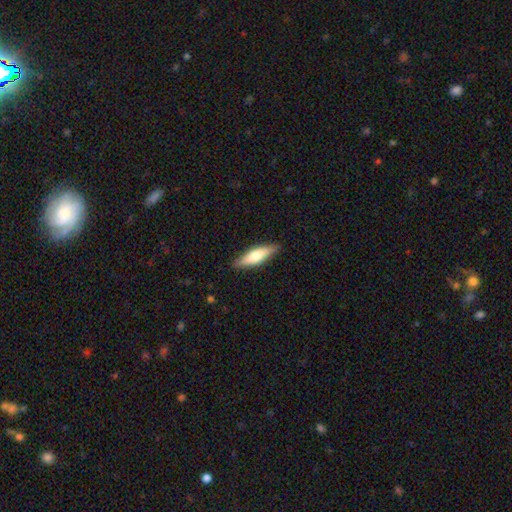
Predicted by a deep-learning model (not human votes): smooth 61%, featured or disk 34%, star or artifact 5%. Down the decision tree: how rounded — cigar-shaped (56%); merging — none (87%).